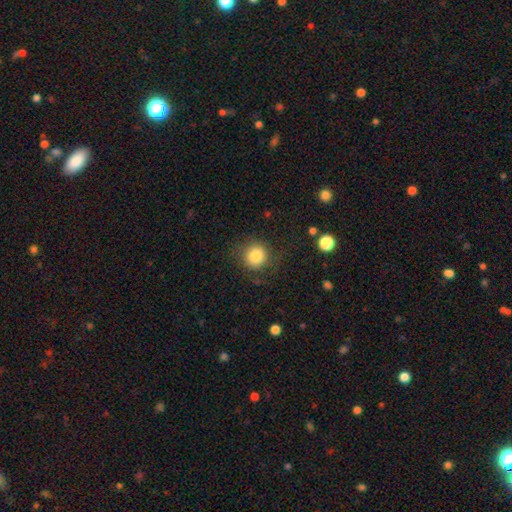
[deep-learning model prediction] A smooth galaxy with no disk features (84%) that is round (90%). Merging: none (80%).